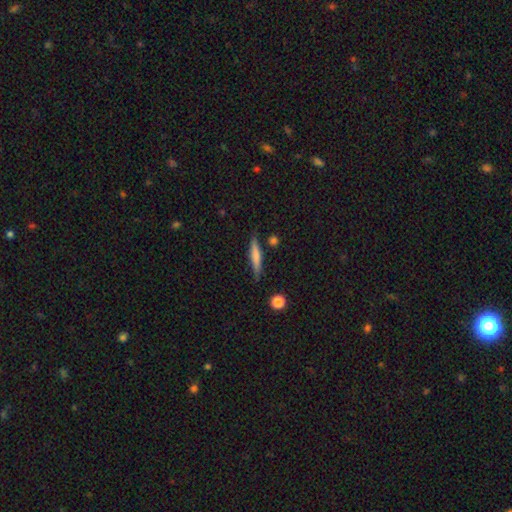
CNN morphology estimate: Smooth or featured?
  - smooth: 64% *
  - featured or disk: 29%
  - star or artifact: 7%
How rounded?
  - cigar-shaped: 88% *
  - in between: 10%
  - round: 2%
Merging?
  - none: 79% *
  - minor disturbance: 14%
  - merger: 3%
  - major disturbance: 3%